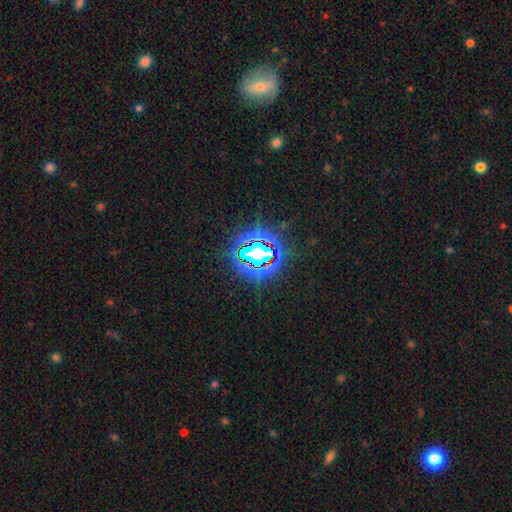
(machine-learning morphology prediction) Smooth or featured? Predicted: star or artifact (p=0.79).